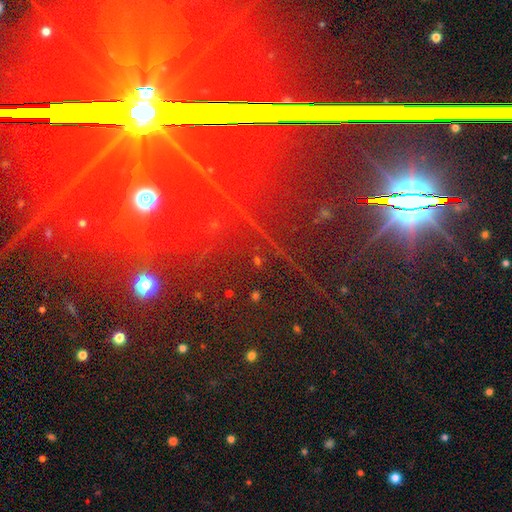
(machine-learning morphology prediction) star or artifact 78%, featured or disk 14%, smooth 8%.